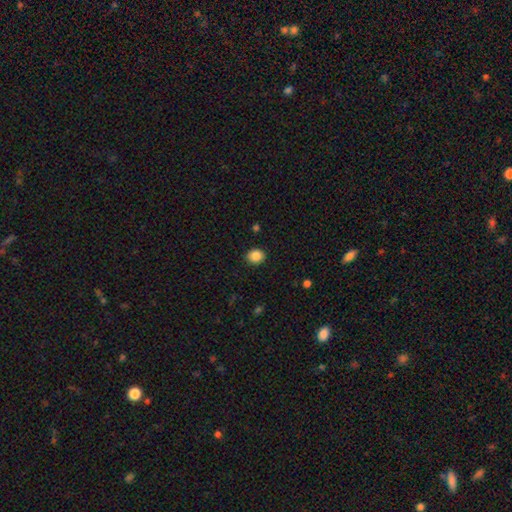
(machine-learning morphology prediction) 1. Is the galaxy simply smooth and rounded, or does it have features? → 87% smooth, 9% star or artifact, 4% featured or disk.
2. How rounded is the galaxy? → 65% round, 34% in between, 1% cigar-shaped.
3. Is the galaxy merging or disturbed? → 90% none, 7% minor disturbance, 2% major disturbance, 1% merger.